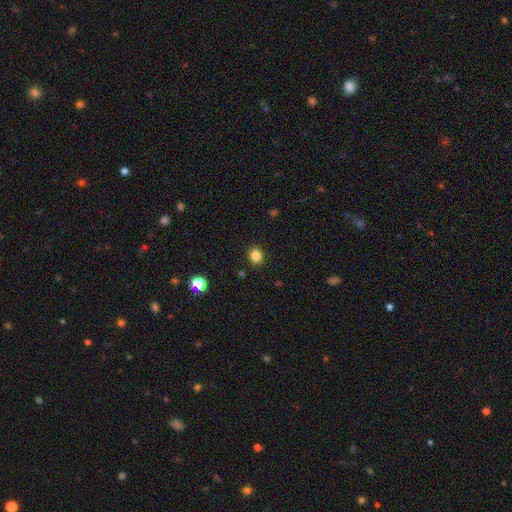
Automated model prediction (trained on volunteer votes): The model was most divided on "how rounded": round: 74%, in between: 25%, cigar-shaped: 1%. More confident: merging — none (90%); smooth or featured — smooth (83%).